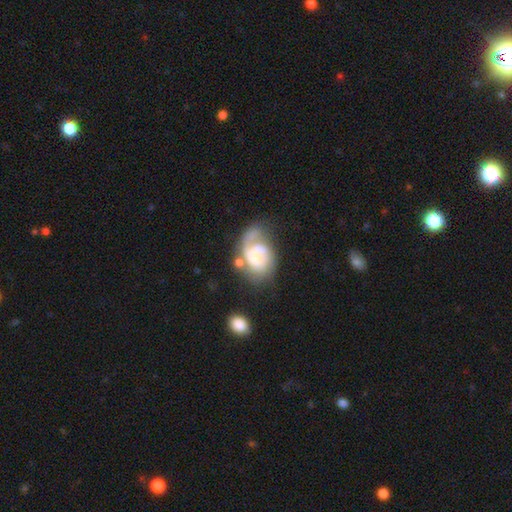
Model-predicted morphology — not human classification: Smooth or featured? featured or disk (67%)
Edge-on disk? no (98%)
Bar? no (64%)
Spiral arms? yes (85%)
Spiral winding? tight (39%)
Spiral arm count? 1 (53%)
Bulge size? none (28%)
Merging? none (34%)